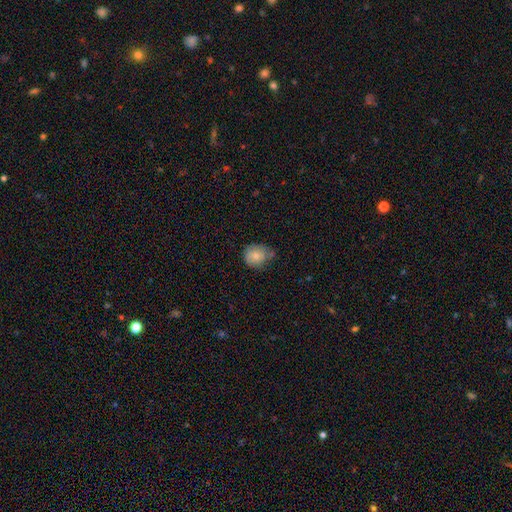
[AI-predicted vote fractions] The model was most divided on "merging": none: 53%, minor disturbance: 34%, major disturbance: 7%, merger: 6%. More confident: smooth or featured — smooth (80%); how rounded — round (76%).